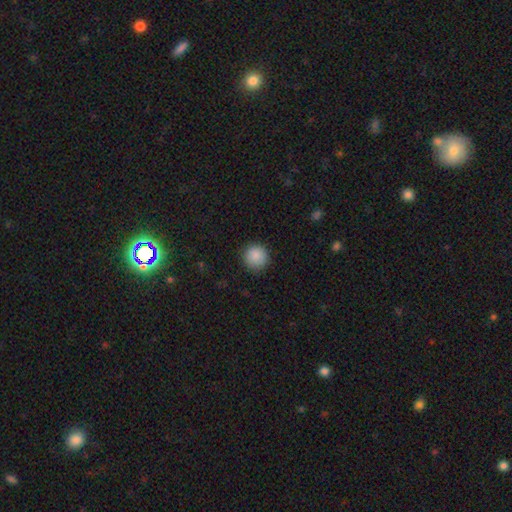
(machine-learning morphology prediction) Smooth or featured?
  - smooth: 88% *
  - star or artifact: 9%
  - featured or disk: 3%
How rounded?
  - round: 95% *
  - in between: 4%
  - cigar-shaped: 1%
Merging?
  - none: 90% *
  - minor disturbance: 7%
  - major disturbance: 2%
  - merger: 1%